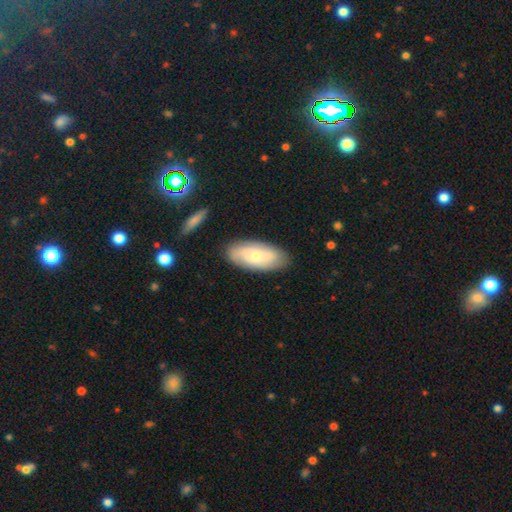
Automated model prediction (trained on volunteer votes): Smooth or featured: featured or disk — 47% (tied with smooth — 47%)
Merging: none — 83% (minor disturbance — 12%)